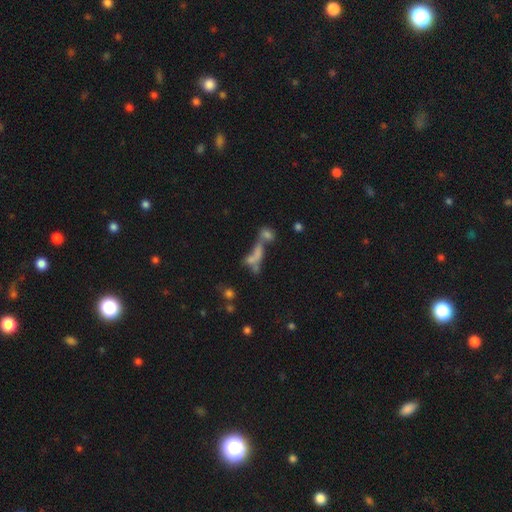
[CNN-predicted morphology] Smooth or featured? smooth (50%)
Merging? merger (52%)